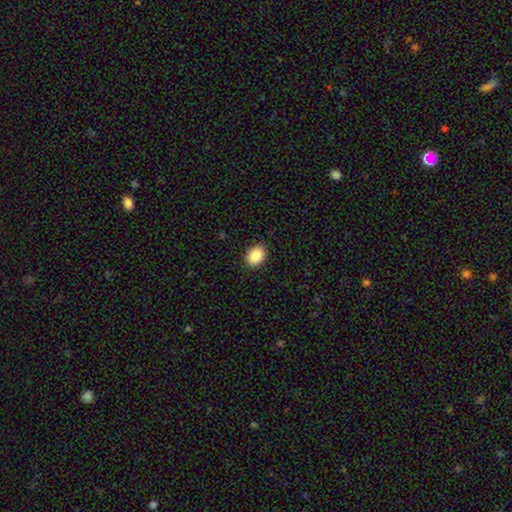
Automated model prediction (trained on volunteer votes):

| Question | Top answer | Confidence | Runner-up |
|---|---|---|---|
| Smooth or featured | smooth | 89% | star or artifact (8%) |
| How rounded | in between | 68% | round (31%) |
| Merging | none | 89% | minor disturbance (8%) |